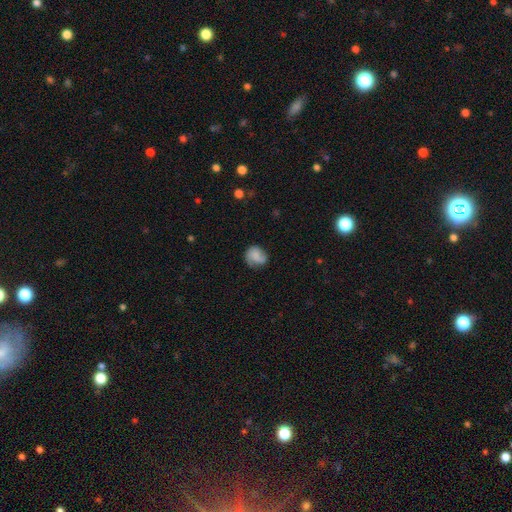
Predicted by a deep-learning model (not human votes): smooth 51%, featured or disk 40%, star or artifact 8%. Down the decision tree: how rounded — round (72%); merging — none (63%).